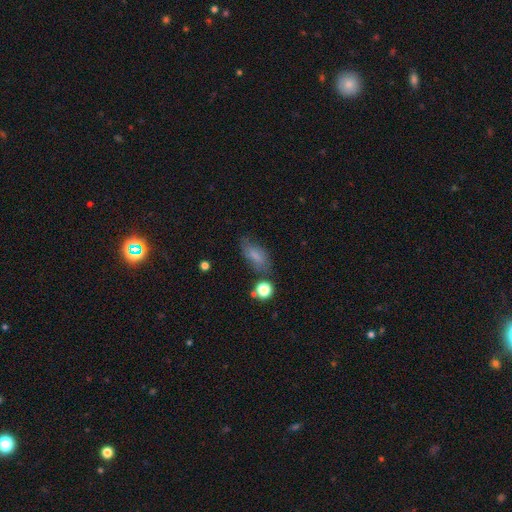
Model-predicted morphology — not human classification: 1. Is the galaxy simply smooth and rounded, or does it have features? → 68% smooth, 20% featured or disk, 12% star or artifact.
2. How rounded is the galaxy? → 82% in between, 12% cigar-shaped, 6% round.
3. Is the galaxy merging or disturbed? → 62% none, 23% minor disturbance, 9% major disturbance, 6% merger.